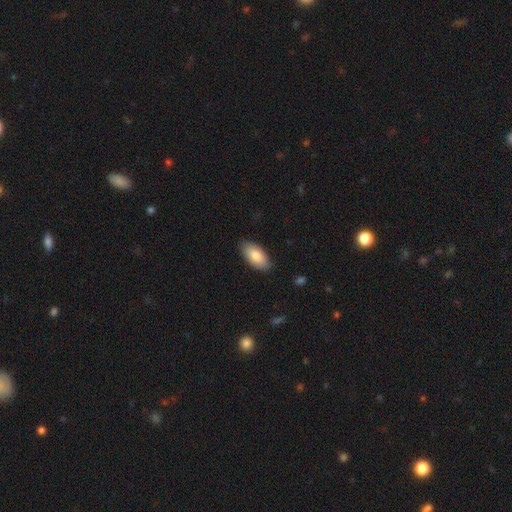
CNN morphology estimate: A smooth galaxy with no disk features (83%) that is in between round and cigar-shaped (93%).

Vote fractions:
- Smooth or featured? smooth: 83% / featured or disk: 11% / star or artifact: 6%
- How rounded? in between: 93% / cigar-shaped: 5% / round: 2%
- Merging? none: 86% / minor disturbance: 11% / major disturbance: 2% / merger: 1%